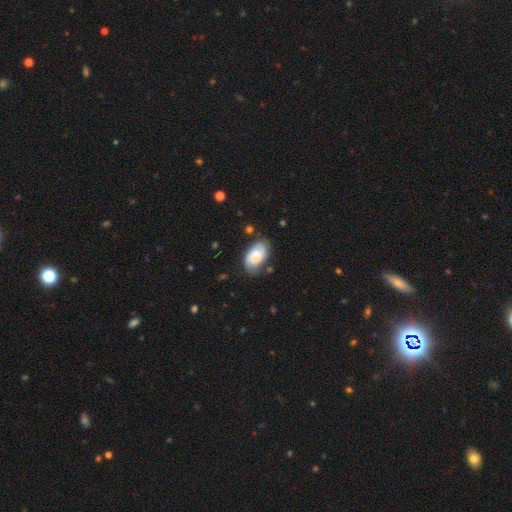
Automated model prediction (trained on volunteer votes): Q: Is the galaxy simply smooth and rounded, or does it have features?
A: smooth — 65%.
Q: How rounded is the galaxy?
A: in between — 93%.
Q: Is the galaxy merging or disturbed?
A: none — 69%.